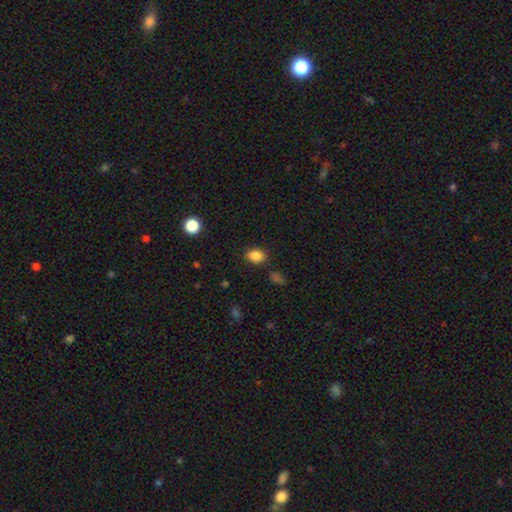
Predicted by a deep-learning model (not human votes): Q: Smooth or featured?
A: smooth (86%); runner-up: star or artifact (10%)
Q: How rounded?
A: in between (73%); runner-up: round (25%)
Q: Merging?
A: none (82%); runner-up: minor disturbance (11%)